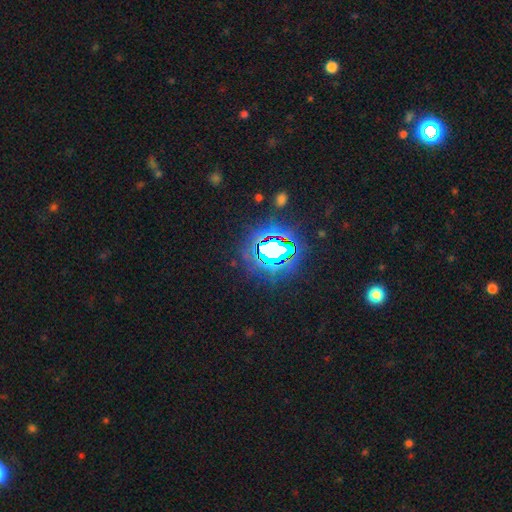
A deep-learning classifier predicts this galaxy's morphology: The model was most divided on "smooth or featured": star or artifact: 83%, smooth: 11%, featured or disk: 6%.